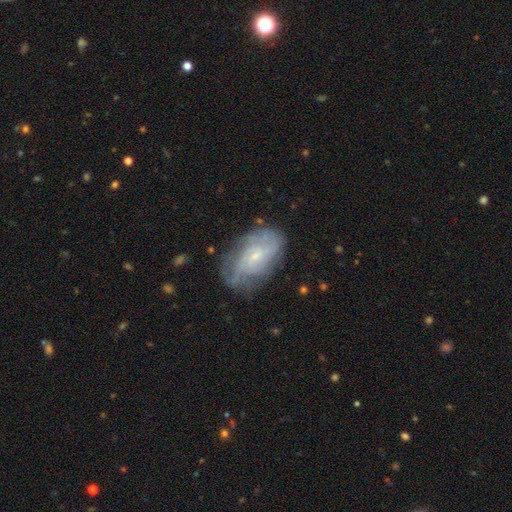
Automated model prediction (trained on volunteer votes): A featured or disk galaxy (66%) with no bar (63%), tight (48%) spiral arms (82%) and a small central bulge (72%).

Vote fractions:
- Smooth or featured? featured or disk: 66% / smooth: 26% / star or artifact: 8%
- Edge-on disk? no: 95% / yes: 5%
- Bar? no: 63% / weak: 32% / strong: 5%
- Spiral arms? yes: 82% / no: 18%
- Spiral winding? tight: 48% / medium: 36% / loose: 16%
- Spiral arm count? can't tell: 51% / 2: 21% / 3: 12% / 4: 8% / 1: 4% / more than 4: 4%
- Bulge size? small: 72% / moderate: 20% / none: 6% / large: 1% / dominant: 1%
- Merging? none: 65% / minor disturbance: 23% / major disturbance: 10% / merger: 2%